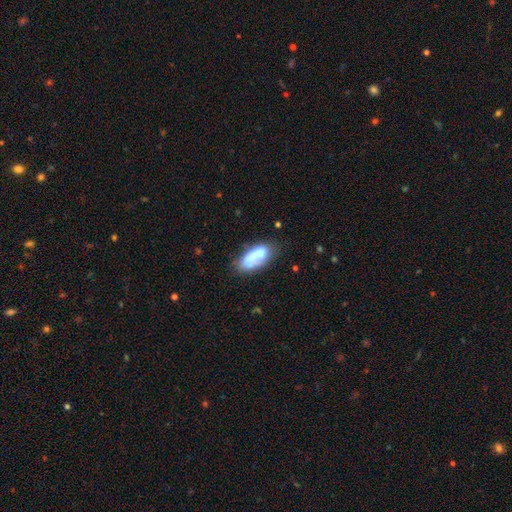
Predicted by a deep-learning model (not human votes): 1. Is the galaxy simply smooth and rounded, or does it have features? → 71% smooth, 21% featured or disk, 8% star or artifact.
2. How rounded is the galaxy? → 87% in between, 10% cigar-shaped, 4% round.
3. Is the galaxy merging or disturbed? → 46% none, 26% minor disturbance, 15% merger, 13% major disturbance.